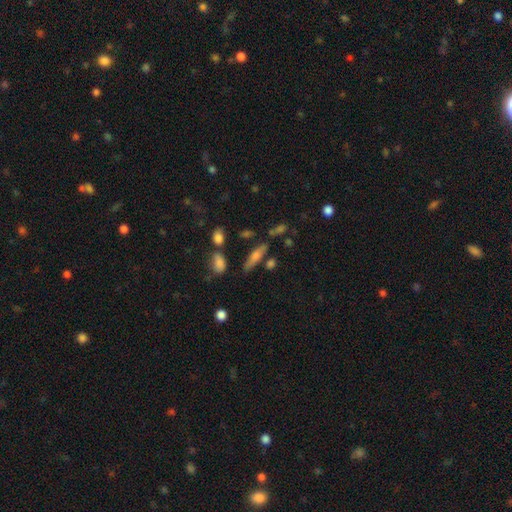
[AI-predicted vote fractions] The model was most divided on "smooth or featured": smooth: 57%, featured or disk: 32%, star or artifact: 11%. More confident: merging — none (70%); how rounded — cigar-shaped (63%).